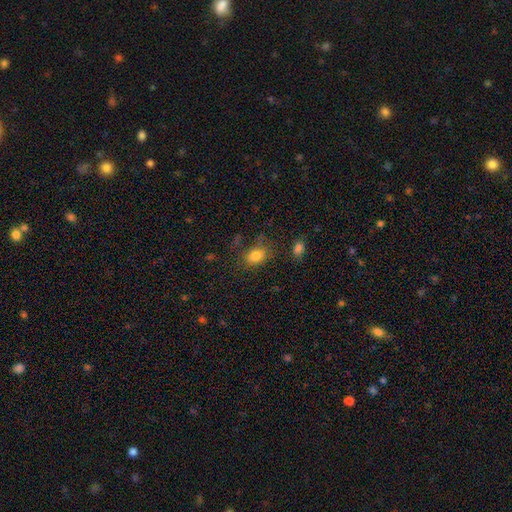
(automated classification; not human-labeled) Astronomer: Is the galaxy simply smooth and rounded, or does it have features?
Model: smooth — 82%.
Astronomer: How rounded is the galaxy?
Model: in between — 74%.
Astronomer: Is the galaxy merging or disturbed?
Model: none — 69%.